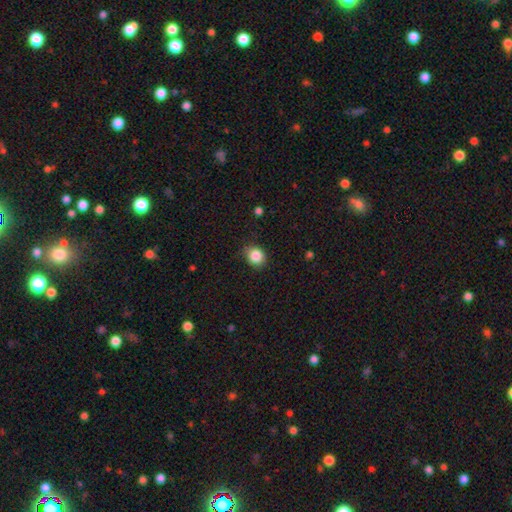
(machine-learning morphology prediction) type=smooth (86%); roundness=round (73%); merging=none (77%).